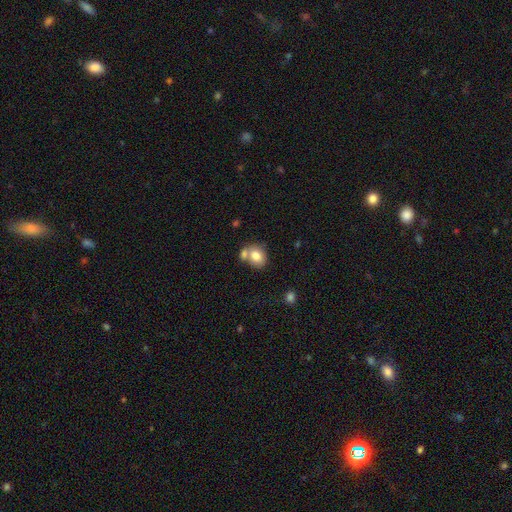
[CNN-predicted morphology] The model was most divided on "merging": none: 45%, merger: 39%, minor disturbance: 12%, major disturbance: 4%. More confident: smooth or featured — smooth (79%); how rounded — round (54%).